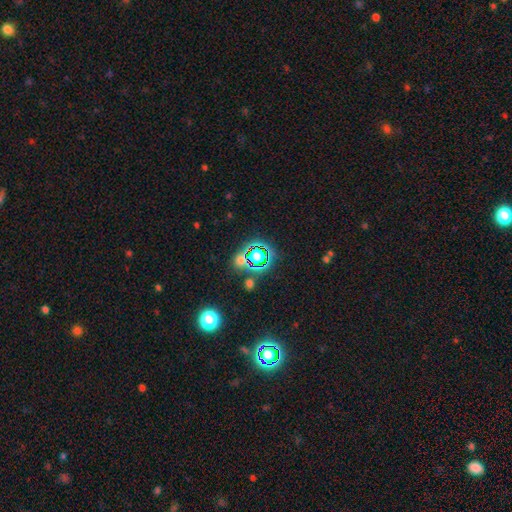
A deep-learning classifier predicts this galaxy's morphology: Q: Smooth or featured?
A: star or artifact (59%); runner-up: smooth (30%)